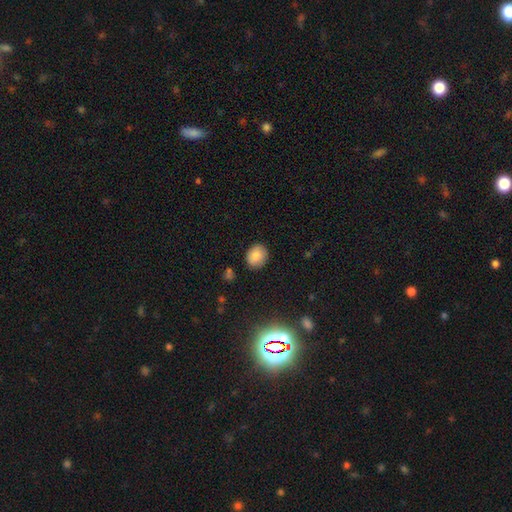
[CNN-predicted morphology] smooth-or-featured: smooth: 84% | star or artifact: 9% | featured or disk: 7%
  how-rounded: round: 52% | in between: 47% | cigar-shaped: 1%
  merging: none: 86% | minor disturbance: 10% | major disturbance: 2% | merger: 2%